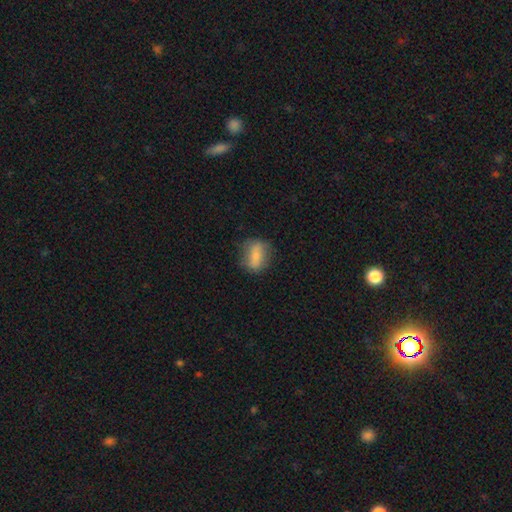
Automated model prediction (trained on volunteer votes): Smooth or featured?
  - smooth: 69% *
  - featured or disk: 22%
  - star or artifact: 8%
How rounded?
  - in between: 65% *
  - round: 30%
  - cigar-shaped: 6%
Merging?
  - none: 71% *
  - minor disturbance: 20%
  - major disturbance: 7%
  - merger: 2%